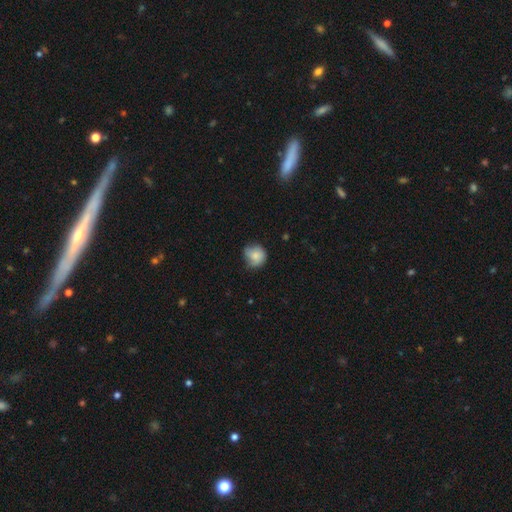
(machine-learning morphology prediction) A smooth galaxy with no disk features (75%) that is round (80%). Merging: none (56%).